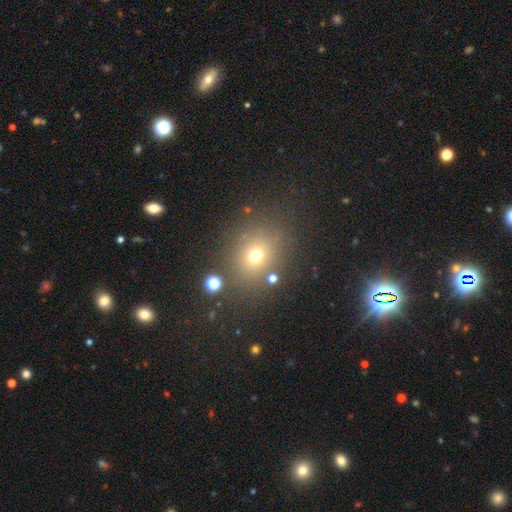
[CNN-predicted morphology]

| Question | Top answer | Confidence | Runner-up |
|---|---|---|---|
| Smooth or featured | smooth | 67% | star or artifact (21%) |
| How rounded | round | 68% | in between (31%) |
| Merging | none | 80% | minor disturbance (10%) |